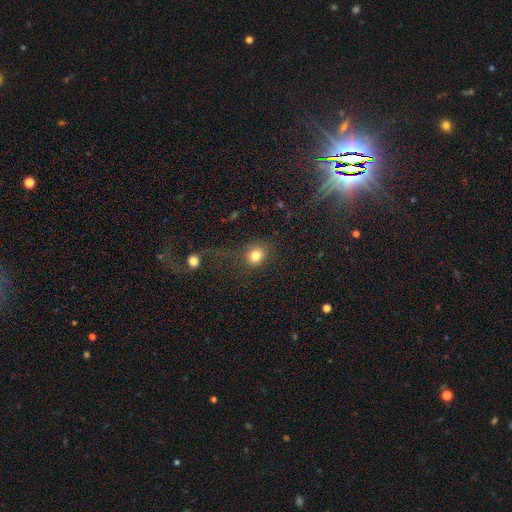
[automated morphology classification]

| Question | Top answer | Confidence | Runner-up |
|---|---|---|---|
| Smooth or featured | smooth | 81% | star or artifact (11%) |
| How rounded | round | 75% | in between (24%) |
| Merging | none | 65% | major disturbance (16%) |